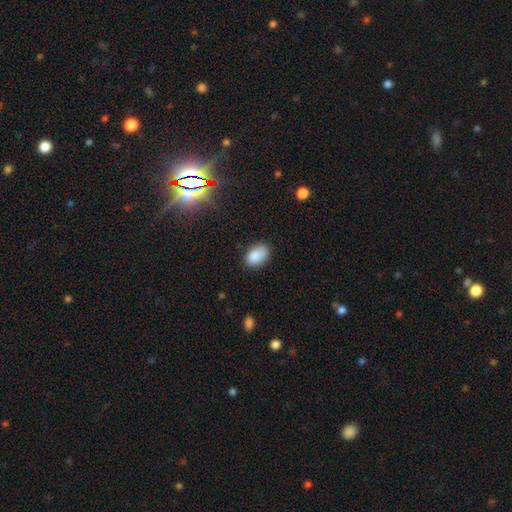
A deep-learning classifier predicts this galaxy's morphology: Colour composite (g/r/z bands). It shows a smooth galaxy with no disk features (86%) that is in between round and cigar-shaped (89%). Merging: none (75%).